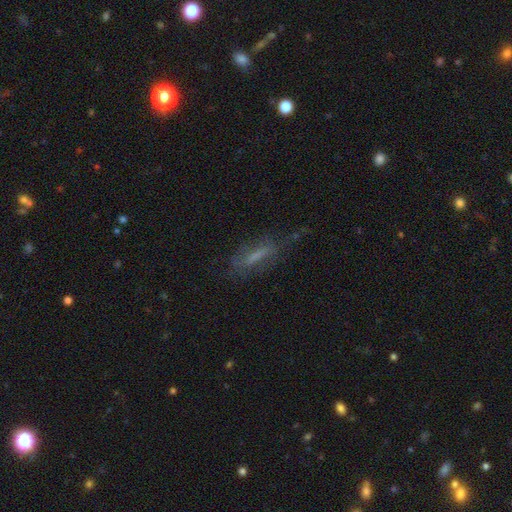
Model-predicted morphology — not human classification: smooth-or-featured: smooth: 50% | featured or disk: 37% | star or artifact: 13%
  how-rounded: cigar-shaped: 69% | in between: 28% | round: 2%
  merging: none: 62% | minor disturbance: 22% | major disturbance: 14% | merger: 2%